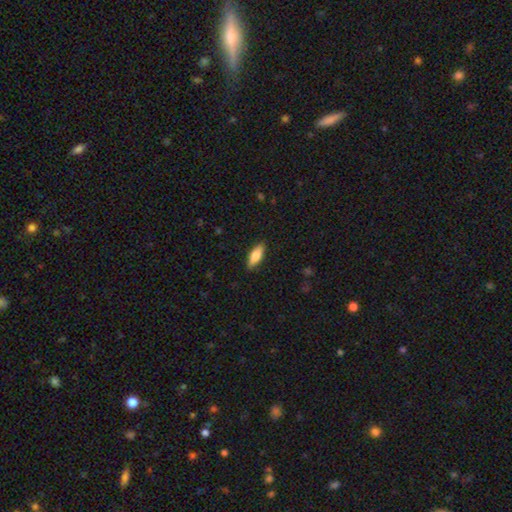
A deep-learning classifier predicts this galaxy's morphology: Q: Smooth or featured?
A: smooth (75%); runner-up: featured or disk (19%)
Q: How rounded?
A: in between (66%); runner-up: cigar-shaped (32%)
Q: Merging?
A: none (87%); runner-up: minor disturbance (10%)